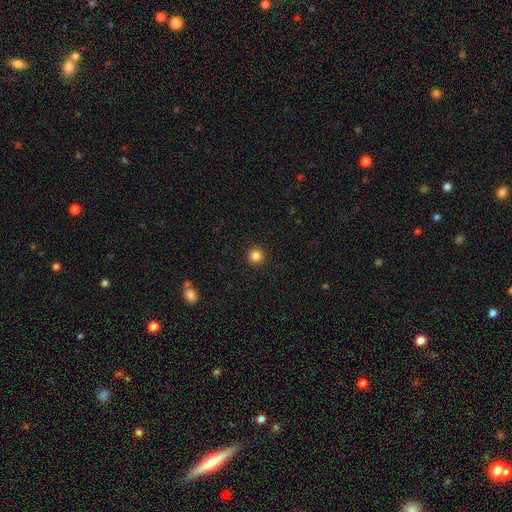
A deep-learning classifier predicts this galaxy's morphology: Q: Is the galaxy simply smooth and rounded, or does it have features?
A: smooth — 84%.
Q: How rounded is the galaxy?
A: round — 95%.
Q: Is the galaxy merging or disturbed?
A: none — 93%.